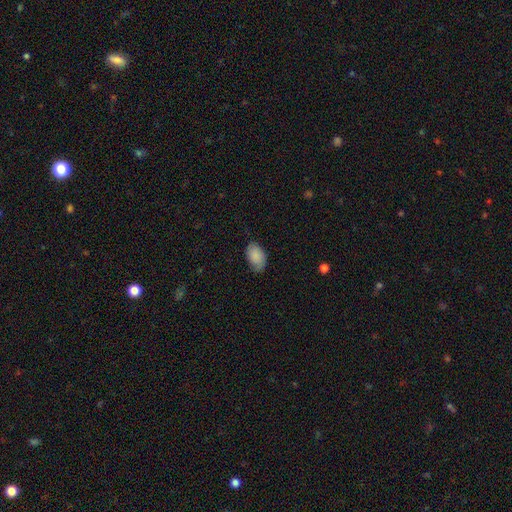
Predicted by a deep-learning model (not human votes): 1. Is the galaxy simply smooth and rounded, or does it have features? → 87% smooth, 7% star or artifact, 6% featured or disk.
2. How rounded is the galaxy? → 93% in between, 6% round, 1% cigar-shaped.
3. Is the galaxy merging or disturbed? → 74% none, 21% minor disturbance, 4% major disturbance, 1% merger.